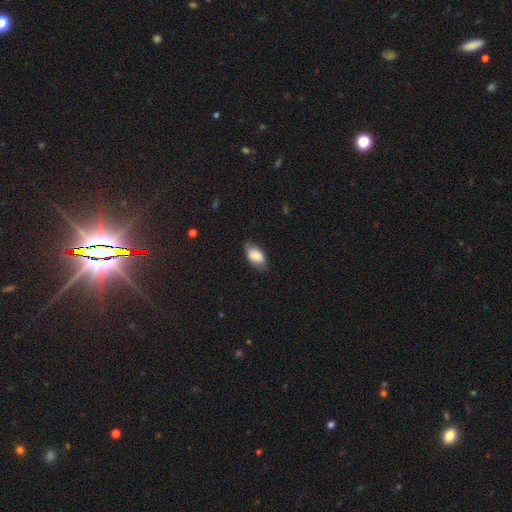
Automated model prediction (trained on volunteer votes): A smooth galaxy with no disk features (82%) that is in between round and cigar-shaped (92%). Merging: none (75%).